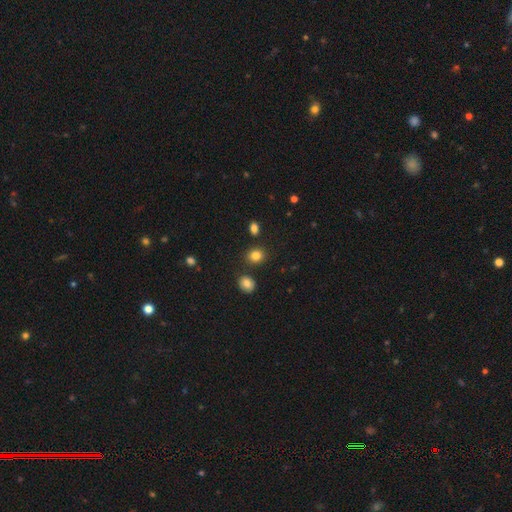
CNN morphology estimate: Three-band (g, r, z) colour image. It shows a smooth galaxy with no disk features (84%) that is round (62%). Merging: none (83%).